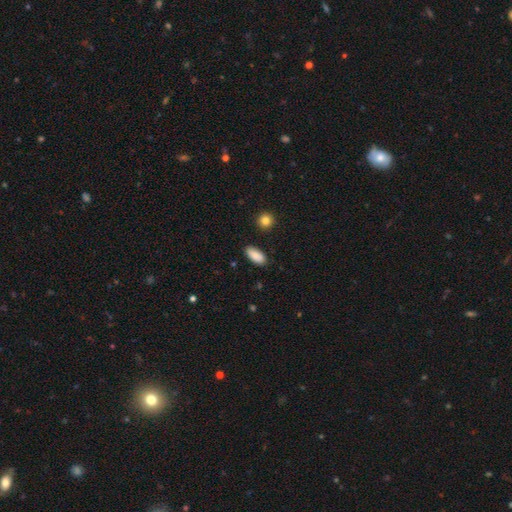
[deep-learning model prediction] smooth_or_featured: smooth (p=0.88) [alt: star or artifact p=0.07]
how_rounded: in between (p=0.90) [alt: cigar-shaped p=0.08]
merging: none (p=0.86) [alt: minor disturbance p=0.11]